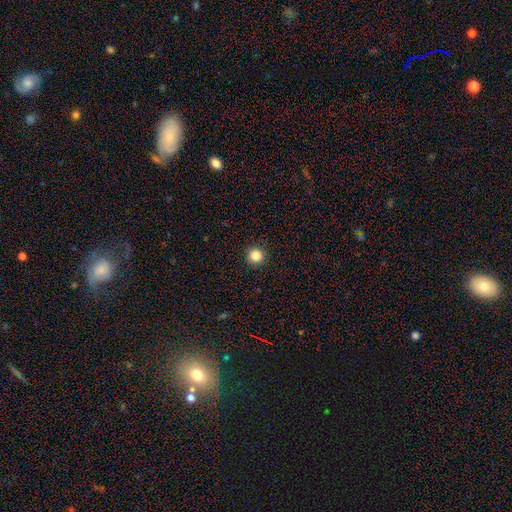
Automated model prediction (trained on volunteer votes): The model was most divided on "smooth or featured": smooth: 84%, star or artifact: 12%, featured or disk: 4%. More confident: how rounded — round (96%); merging — none (94%).